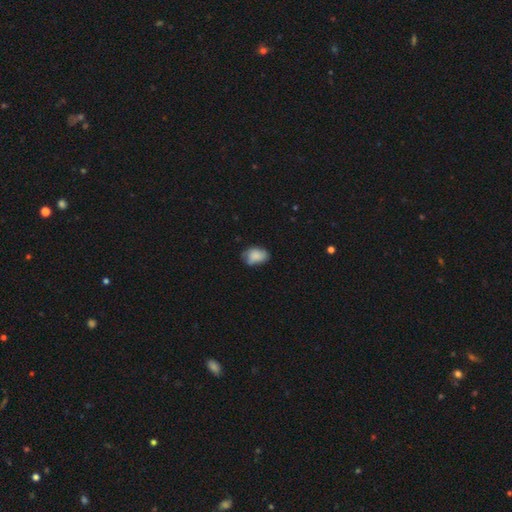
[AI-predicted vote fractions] This is clearly a smooth galaxy (83%). How rounded: likely in between (79%). Merging: possibly none (56%).